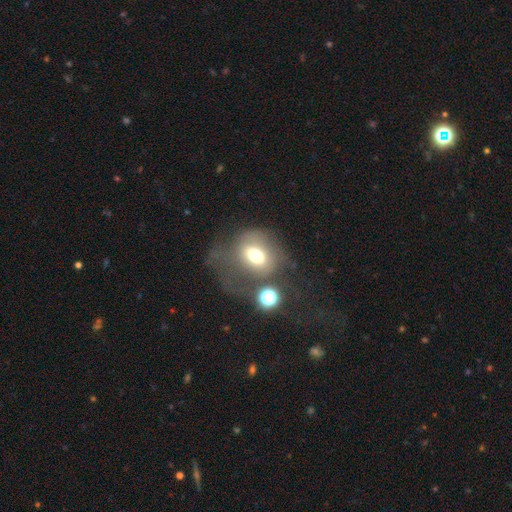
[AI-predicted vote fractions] smooth_or_featured: smooth (p=0.63) [alt: featured or disk p=0.24]
how_rounded: round (p=0.49) [tied with: in between p=0.49]
merging: major disturbance (p=0.37) [alt: none p=0.31]